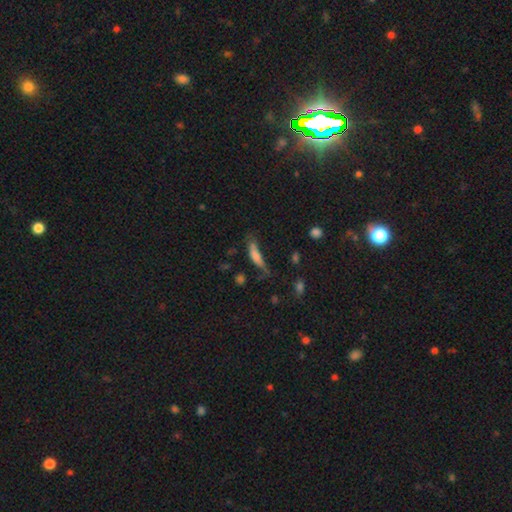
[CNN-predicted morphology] type=smooth (68%); roundness=cigar-shaped (65%); merging=none (40%).